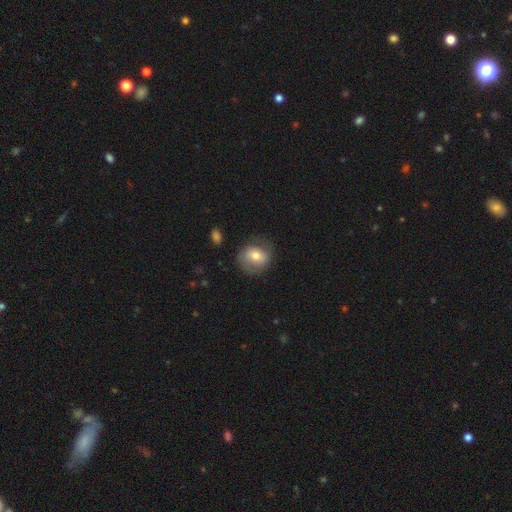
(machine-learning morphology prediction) smooth_or_featured: smooth (p=0.63) [alt: featured or disk p=0.30]
how_rounded: round (p=0.70) [alt: in between p=0.29]
merging: none (p=0.66) [alt: minor disturbance p=0.22]